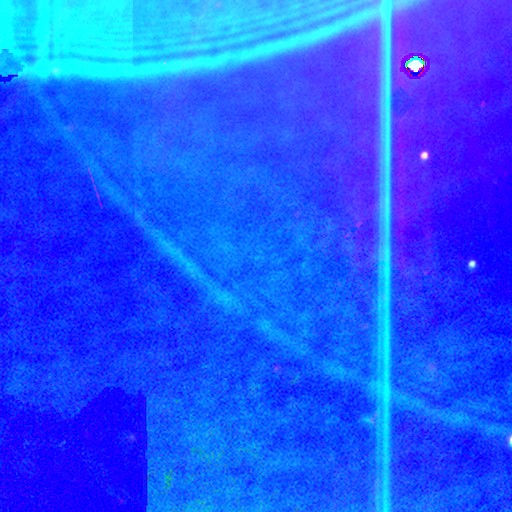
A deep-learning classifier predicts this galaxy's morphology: smooth-or-featured: star or artifact: 88% | featured or disk: 7% | smooth: 5%